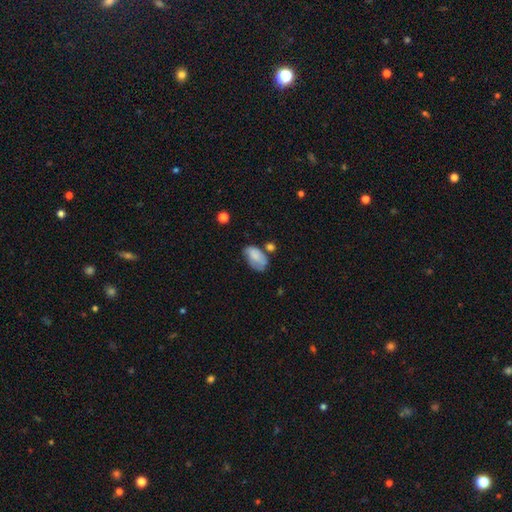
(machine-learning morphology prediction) Q: Smooth or featured?
A: smooth (76%); runner-up: featured or disk (16%)
Q: How rounded?
A: in between (92%); runner-up: round (7%)
Q: Merging?
A: none (42%); runner-up: minor disturbance (32%)